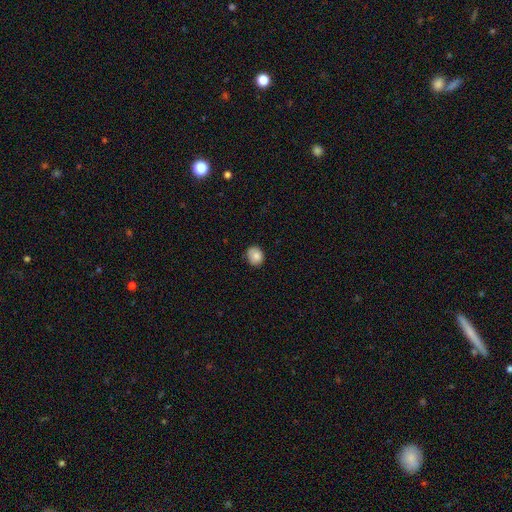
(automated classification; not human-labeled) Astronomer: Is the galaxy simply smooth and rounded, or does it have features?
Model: smooth — 85%.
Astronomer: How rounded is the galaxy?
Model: round — 63%.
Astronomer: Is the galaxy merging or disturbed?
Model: none — 80%.